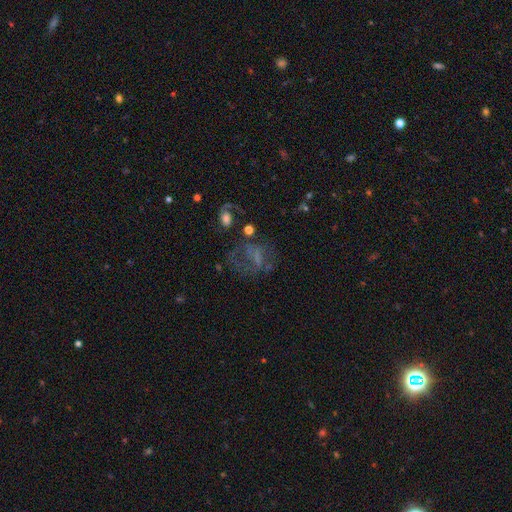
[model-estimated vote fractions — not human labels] Q: Smooth or featured?
A: featured or disk (48%); runner-up: smooth (30%)
Q: Merging?
A: none (38%); tied with: major disturbance (38%)